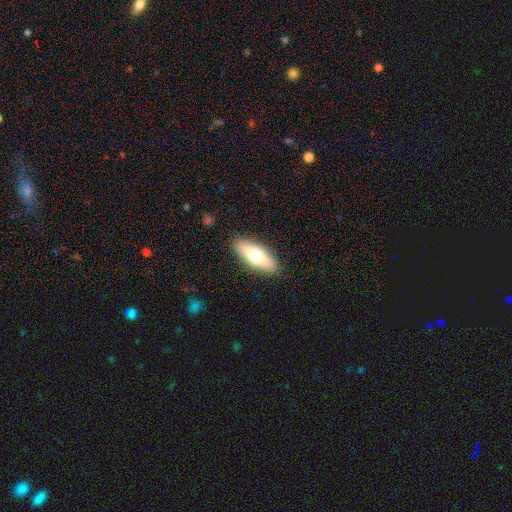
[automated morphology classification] This is likely a smooth galaxy (65%). How rounded: likely in between (70%). Merging: clearly none (88%).